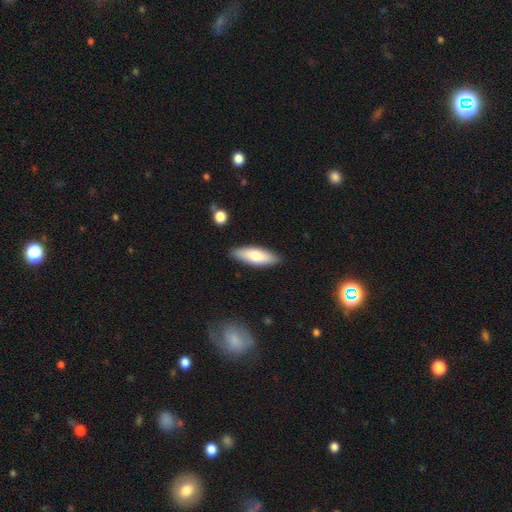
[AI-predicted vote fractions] smooth_or_featured: smooth (p=0.72) [alt: featured or disk p=0.23]
how_rounded: in between (p=0.60) [alt: cigar-shaped p=0.38]
merging: none (p=0.87) [alt: minor disturbance p=0.09]